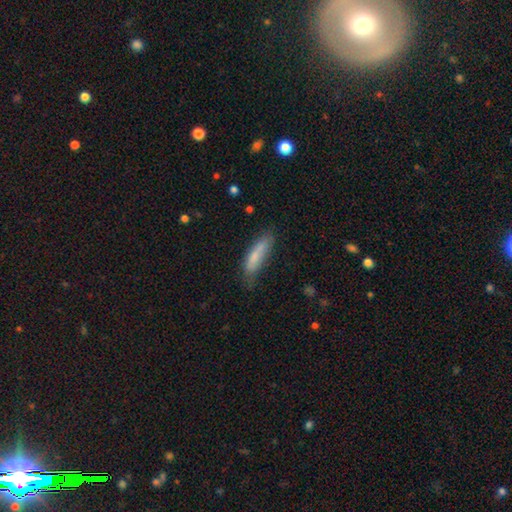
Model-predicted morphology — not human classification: This is likely a smooth galaxy (74%). How rounded: likely cigar-shaped (68%). Merging: possibly none (59%).